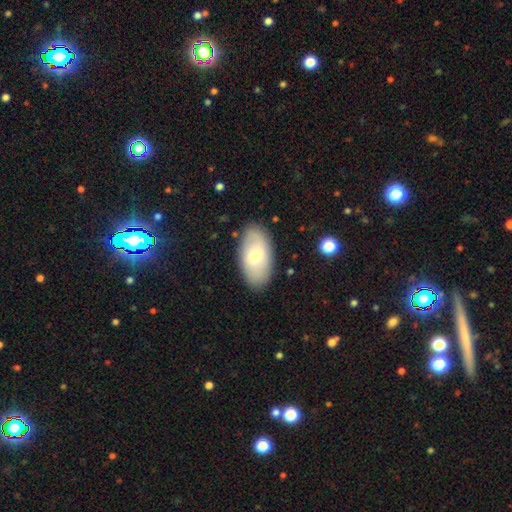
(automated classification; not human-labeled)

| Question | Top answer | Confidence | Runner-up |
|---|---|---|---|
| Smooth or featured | smooth | 64% | featured or disk (29%) |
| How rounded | in between | 94% | round (4%) |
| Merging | none | 86% | minor disturbance (10%) |